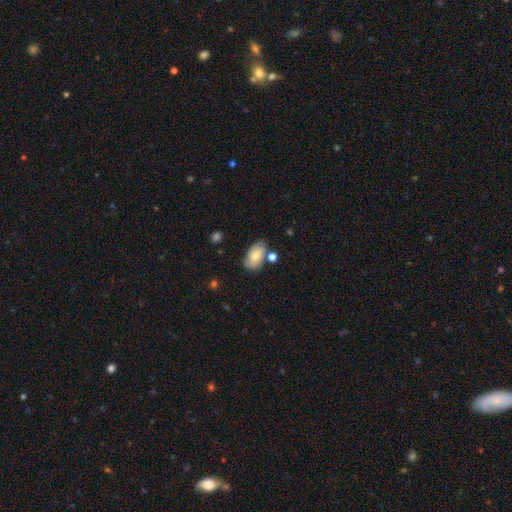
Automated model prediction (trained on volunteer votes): A smooth galaxy with no disk features (66%) that is in between round and cigar-shaped (91%).

Vote fractions:
- Smooth or featured? smooth: 66% / featured or disk: 26% / star or artifact: 8%
- How rounded? in between: 91% / round: 7% / cigar-shaped: 2%
- Merging? none: 64% / minor disturbance: 21% / merger: 10% / major disturbance: 5%